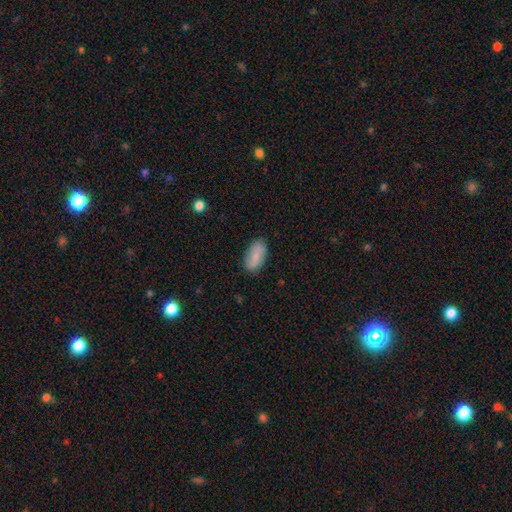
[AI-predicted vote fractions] Smooth or featured?
  - smooth: 74% *
  - featured or disk: 20%
  - star or artifact: 7%
How rounded?
  - in between: 92% *
  - cigar-shaped: 5%
  - round: 3%
Merging?
  - none: 80% *
  - minor disturbance: 15%
  - major disturbance: 3%
  - merger: 1%